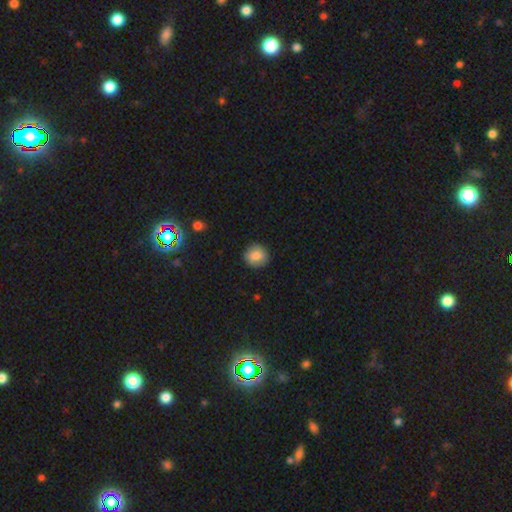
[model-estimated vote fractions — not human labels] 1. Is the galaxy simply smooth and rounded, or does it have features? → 85% smooth, 9% star or artifact, 6% featured or disk.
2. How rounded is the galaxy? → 89% round, 11% in between, 1% cigar-shaped.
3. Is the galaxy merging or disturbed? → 88% none, 9% minor disturbance, 2% major disturbance, 1% merger.